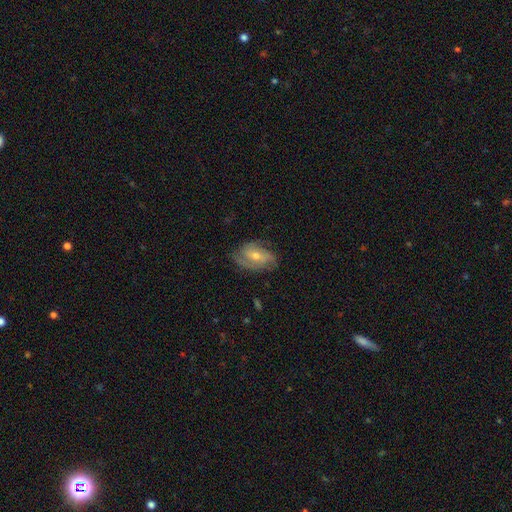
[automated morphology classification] The model was most divided on "spiral winding": medium: 42%, tight: 40%, loose: 18%. Remaining: edge-on disk — no (95%); spiral arms — yes (90%); smooth or featured — featured or disk (74%); merging — none (70%); bulge size — moderate (54%); bar — no (48%); spiral arm count — 2 (39%).